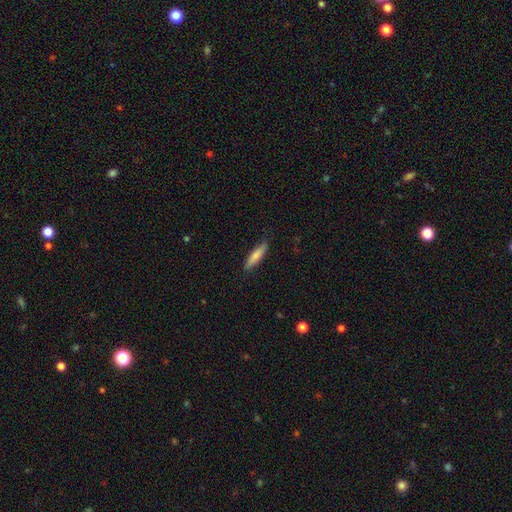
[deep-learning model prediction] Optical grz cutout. It shows a smooth galaxy with no disk features (75%) that is cigar-shaped (78%). Merging: none (86%).